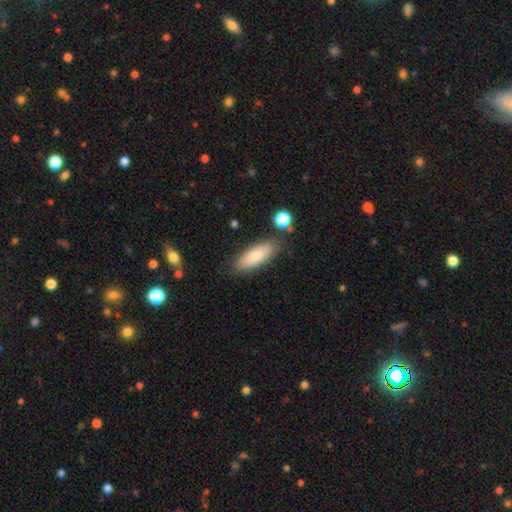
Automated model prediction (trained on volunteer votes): Smooth or featured? smooth (80%)
How rounded? in between (68%)
Merging? none (82%)